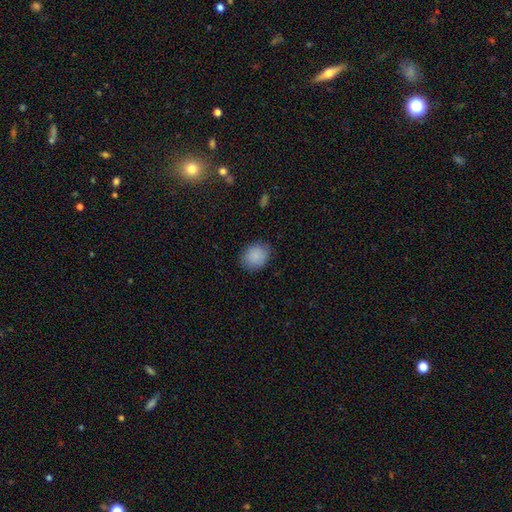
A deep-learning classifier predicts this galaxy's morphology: This appears to be a smooth galaxy with no disk features (88%) that is round (65%). Merging: none (84%).